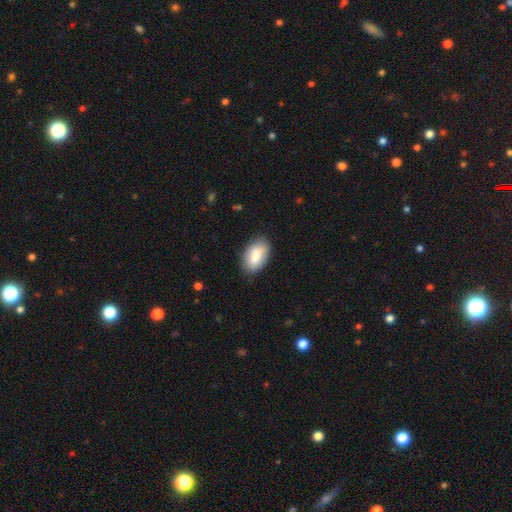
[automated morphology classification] This appears to be a smooth galaxy with no disk features (84%) that is in between round and cigar-shaped (94%). Merging: none (82%).